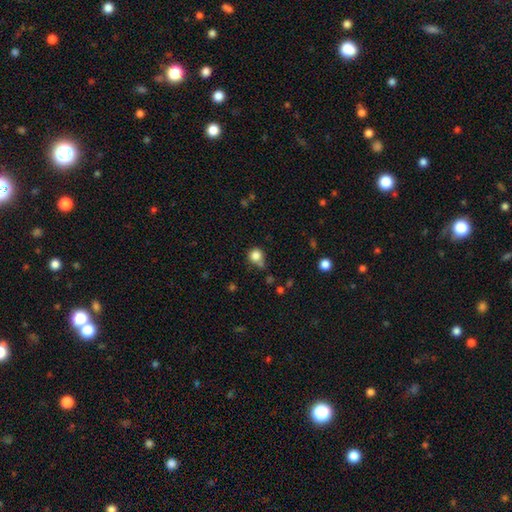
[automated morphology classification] Smooth or featured? smooth (83%)
How rounded? round (89%)
Merging? none (62%)